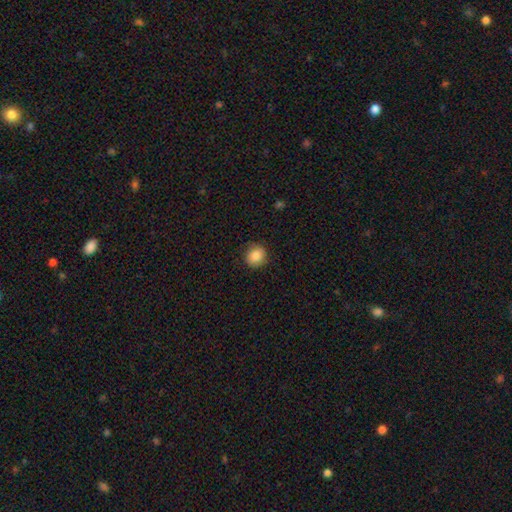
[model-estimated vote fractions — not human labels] This appears to be a smooth galaxy with no disk features (87%) that is round (83%). Merging: none (86%).